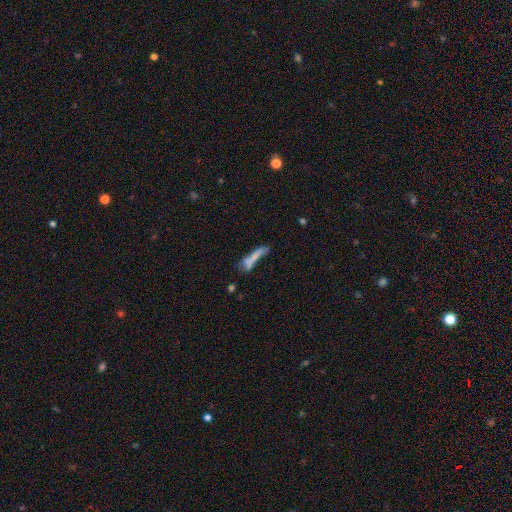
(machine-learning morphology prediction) Overall: smooth (58%; featured or disk 29%). How rounded: cigar-shaped (85%). Merging: none (39%; merger 21%).